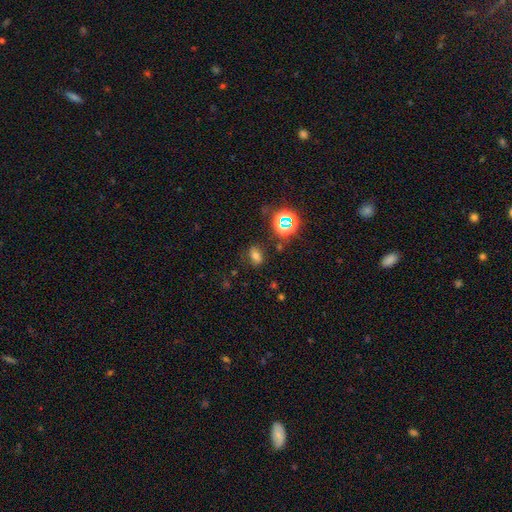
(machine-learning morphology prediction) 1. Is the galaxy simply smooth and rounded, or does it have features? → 59% smooth, 28% star or artifact, 14% featured or disk.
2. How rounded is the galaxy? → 73% in between, 24% round, 3% cigar-shaped.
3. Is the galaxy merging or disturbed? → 77% none, 14% minor disturbance, 5% major disturbance, 4% merger.